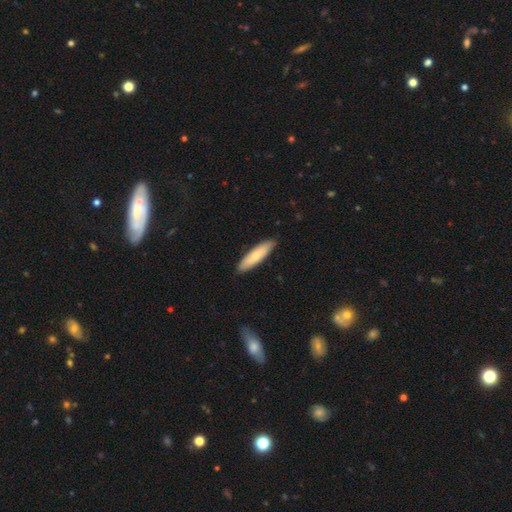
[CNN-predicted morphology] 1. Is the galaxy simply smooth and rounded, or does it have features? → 70% smooth, 24% featured or disk, 5% star or artifact.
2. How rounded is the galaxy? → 67% cigar-shaped, 31% in between, 2% round.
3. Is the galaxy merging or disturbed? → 89% none, 9% minor disturbance, 2% major disturbance, 1% merger.